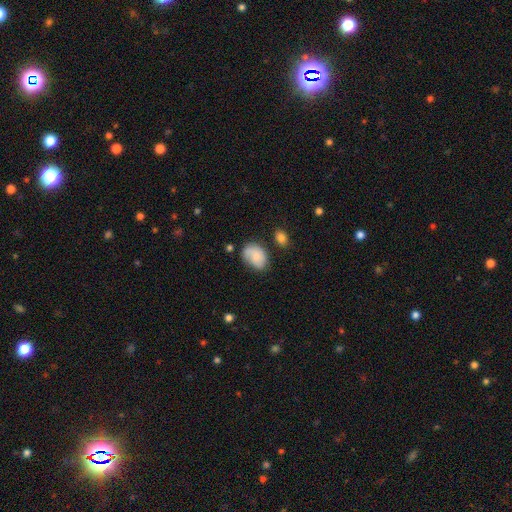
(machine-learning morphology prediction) A smooth galaxy with no disk features (69%) that is in between round and cigar-shaped (75%).

Vote fractions:
- Smooth or featured? smooth: 69% / featured or disk: 23% / star or artifact: 8%
- How rounded? in between: 75% / round: 24% / cigar-shaped: 1%
- Merging? none: 56% / minor disturbance: 30% / major disturbance: 10% / merger: 4%